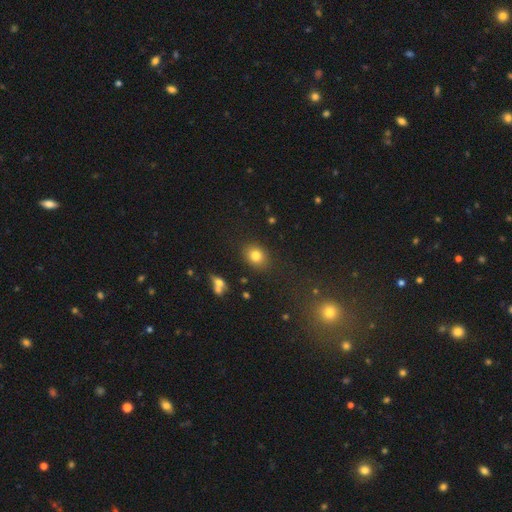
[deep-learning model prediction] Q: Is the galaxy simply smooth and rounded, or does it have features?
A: smooth — 80%.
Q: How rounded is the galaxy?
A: round — 51%.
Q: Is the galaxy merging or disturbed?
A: none — 85%.